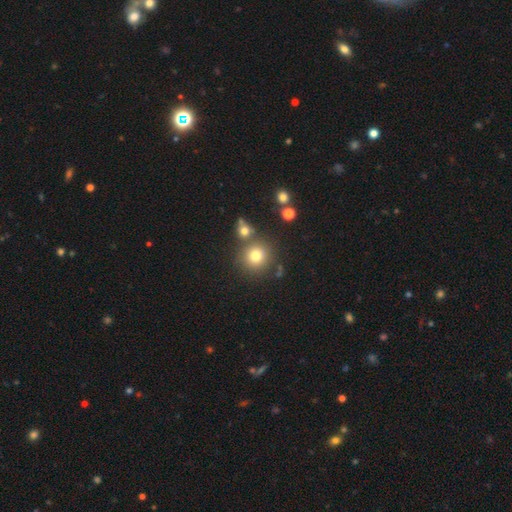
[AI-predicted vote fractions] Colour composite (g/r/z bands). It shows a smooth galaxy with no disk features (77%) that is round (91%). Merging: none (73%).